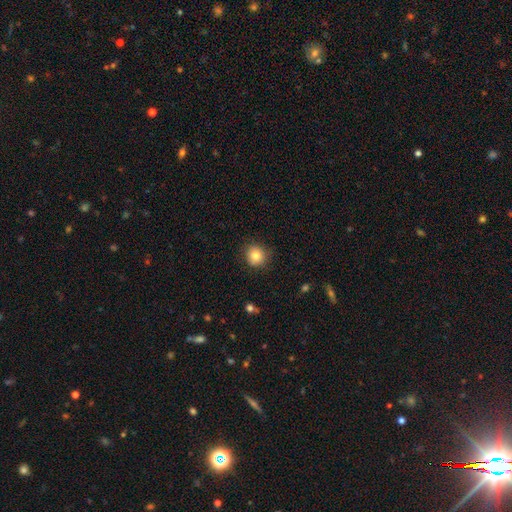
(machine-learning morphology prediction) Smooth or featured: smooth — 83% (star or artifact — 10%)
How rounded: round — 89% (in between — 10%)
Merging: none — 86% (minor disturbance — 10%)